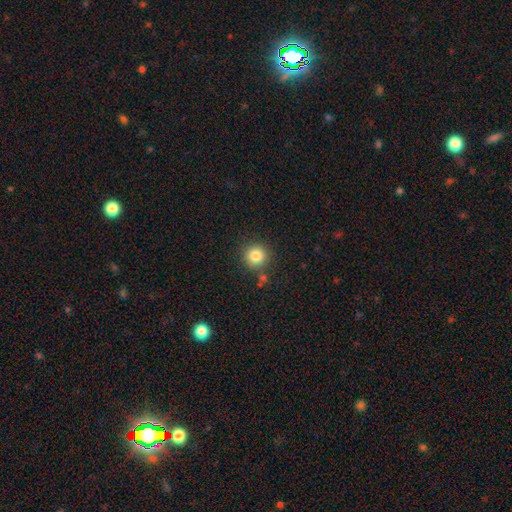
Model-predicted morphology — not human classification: The model was most divided on "smooth or featured": smooth: 83%, star or artifact: 11%, featured or disk: 6%. More confident: how rounded — round (93%); merging — none (82%).